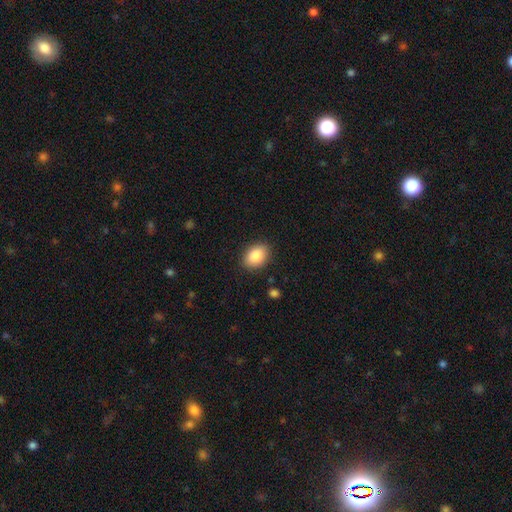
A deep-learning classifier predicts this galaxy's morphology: Q: Smooth or featured?
A: smooth (86%); runner-up: star or artifact (7%)
Q: How rounded?
A: in between (76%); runner-up: round (23%)
Q: Merging?
A: none (88%); runner-up: minor disturbance (9%)